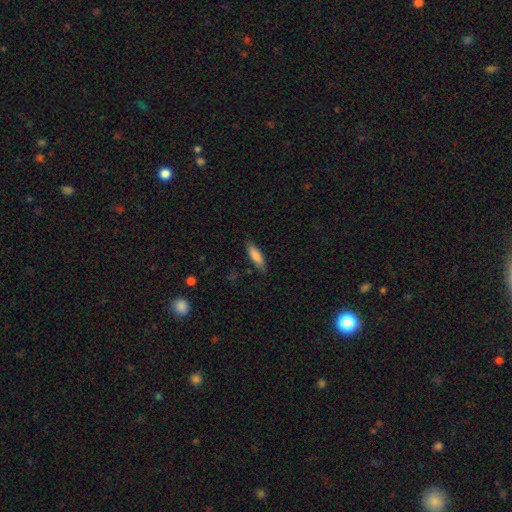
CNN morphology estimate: smooth_or_featured: smooth (p=0.80) [alt: featured or disk p=0.13]
how_rounded: cigar-shaped (p=0.57) [alt: in between p=0.41]
merging: none (p=0.83) [alt: minor disturbance p=0.13]